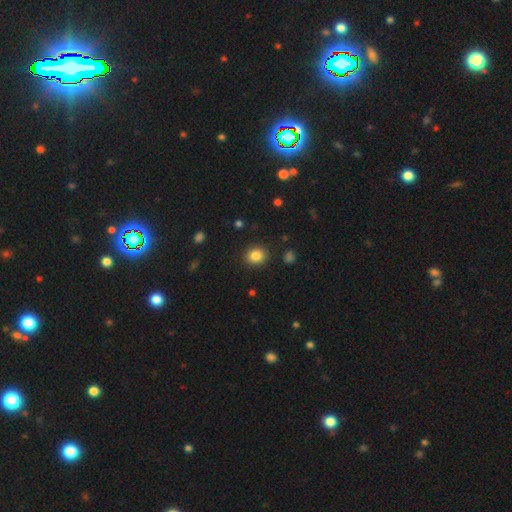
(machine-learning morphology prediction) type=smooth (85%); roundness=round (77%); merging=none (90%).